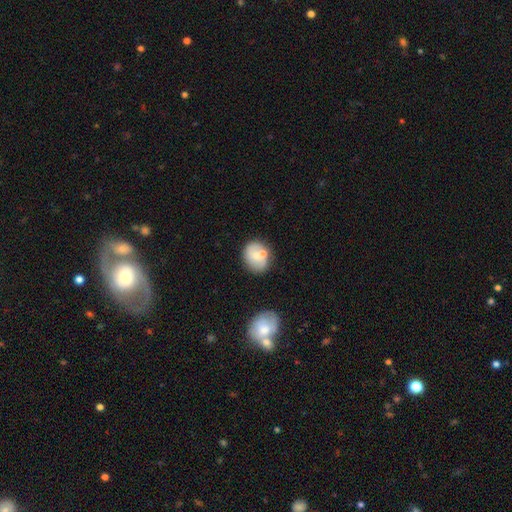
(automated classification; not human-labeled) This is likely a smooth galaxy (65%). How rounded: possibly round (58%). Merging: likely none (62%).